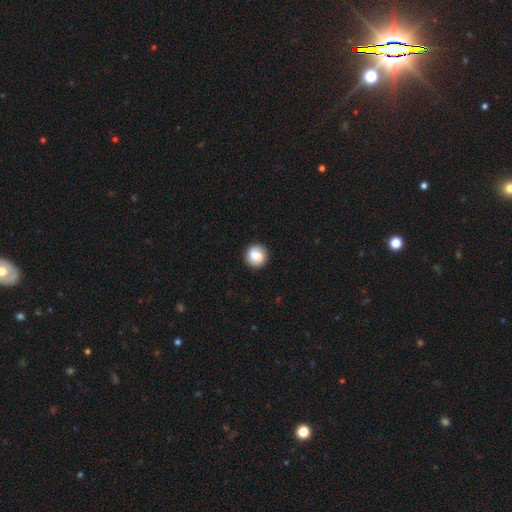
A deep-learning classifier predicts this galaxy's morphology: Q: Smooth or featured?
A: smooth (78%); runner-up: featured or disk (14%)
Q: How rounded?
A: round (89%); runner-up: in between (10%)
Q: Merging?
A: none (89%); runner-up: minor disturbance (8%)